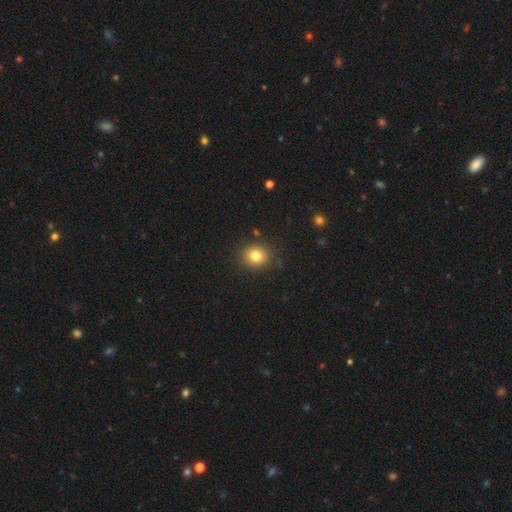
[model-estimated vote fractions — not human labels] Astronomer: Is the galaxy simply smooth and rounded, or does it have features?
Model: smooth — 80%.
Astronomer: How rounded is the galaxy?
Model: round — 80%.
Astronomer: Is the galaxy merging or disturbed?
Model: none — 88%.